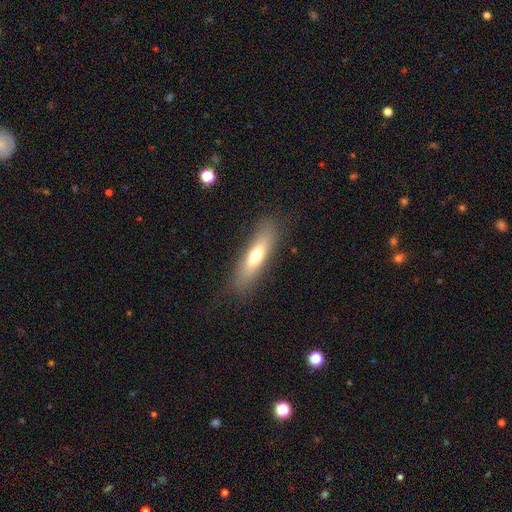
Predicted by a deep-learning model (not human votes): smooth-or-featured: smooth: 66% | featured or disk: 27% | star or artifact: 7%
  how-rounded: cigar-shaped: 64% | in between: 34% | round: 2%
  merging: none: 82% | minor disturbance: 12% | major disturbance: 5% | merger: 1%